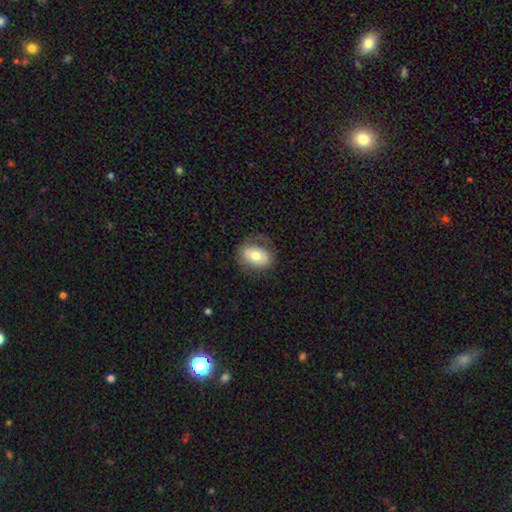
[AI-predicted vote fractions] Overall: smooth (64%; featured or disk 29%). How rounded: in between (72%). Merging: none (72%).